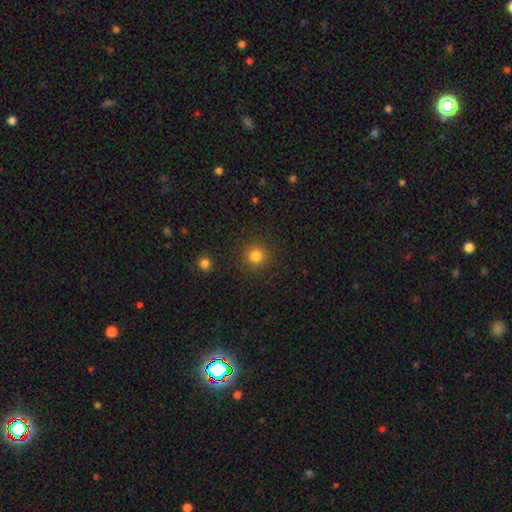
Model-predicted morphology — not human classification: smooth_or_featured: smooth (p=0.81) [alt: star or artifact p=0.14]
how_rounded: round (p=0.94) [alt: in between p=0.05]
merging: none (p=0.90) [alt: minor disturbance p=0.06]